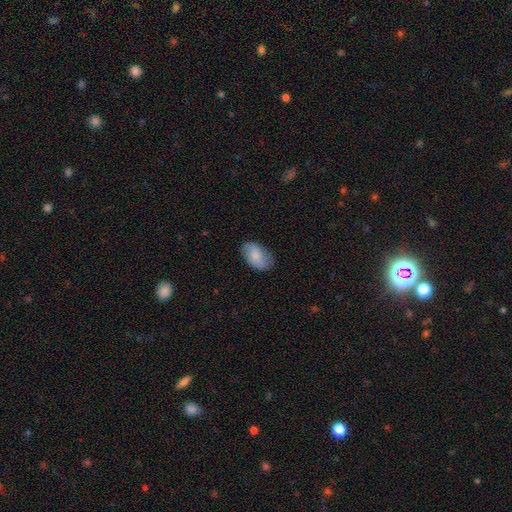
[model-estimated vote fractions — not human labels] This is likely a smooth galaxy (73%). How rounded: clearly in between (92%). Merging: likely none (75%).